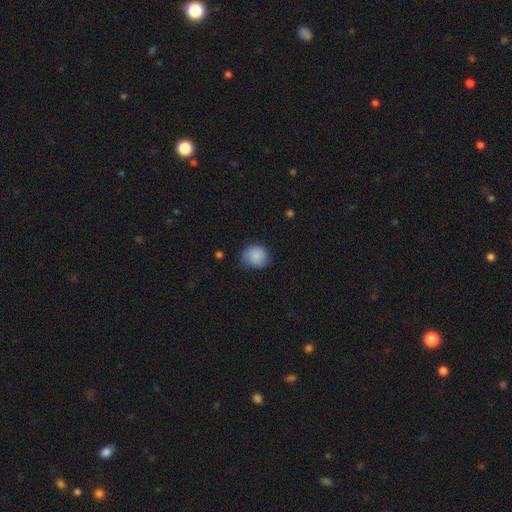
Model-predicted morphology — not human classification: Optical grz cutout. It shows a smooth galaxy with no disk features (87%) that is round (75%). Merging: none (69%).